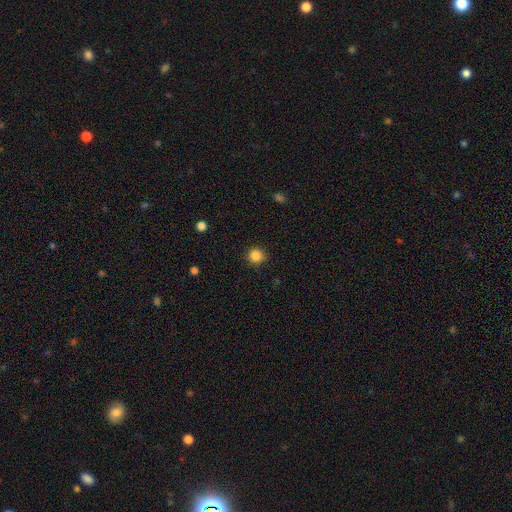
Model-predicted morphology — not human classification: This is clearly a smooth galaxy (85%). How rounded: clearly round (93%). Merging: clearly none (87%).